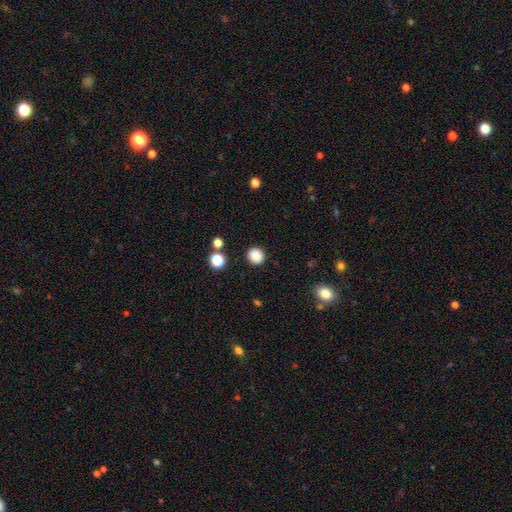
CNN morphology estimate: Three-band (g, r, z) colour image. It shows a smooth galaxy with no disk features (87%) that is round (87%). Merging: none (90%).